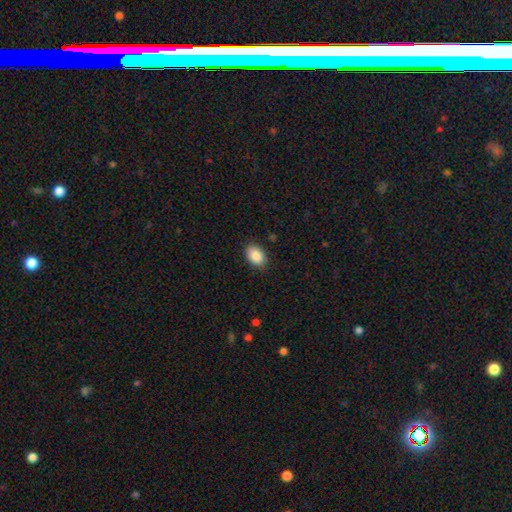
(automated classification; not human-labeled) smooth 89%, star or artifact 7%, featured or disk 4%. Down the decision tree: how rounded — in between (87%); merging — none (87%).